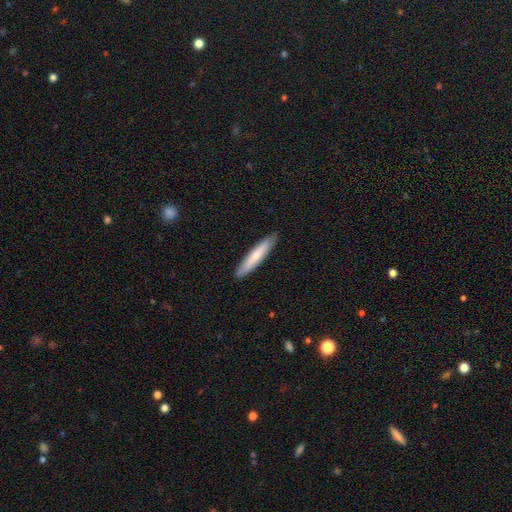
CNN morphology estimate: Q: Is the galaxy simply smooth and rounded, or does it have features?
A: smooth — 69%.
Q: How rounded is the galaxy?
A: cigar-shaped — 91%.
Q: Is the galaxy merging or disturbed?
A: none — 90%.